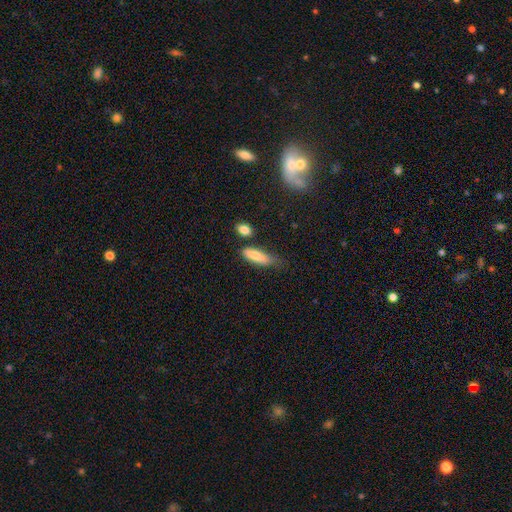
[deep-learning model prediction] A smooth galaxy with no disk features (80%) that is in between round and cigar-shaped (54%). Merging: none (48%).